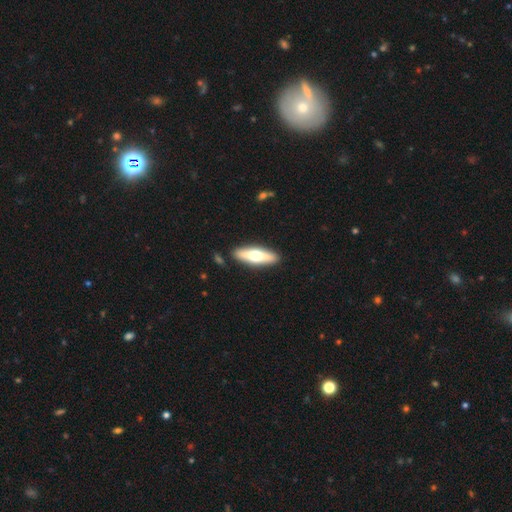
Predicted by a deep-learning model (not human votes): Smooth or featured? Predicted: smooth (p=0.53). How rounded? Predicted: cigar-shaped (p=0.60). Merging? Predicted: none (p=0.89).